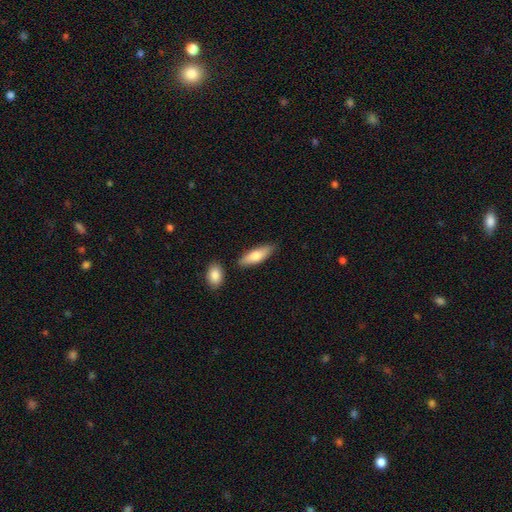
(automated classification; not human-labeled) A smooth galaxy with no disk features (76%) that is in between round and cigar-shaped (61%).

Vote fractions:
- Smooth or featured? smooth: 76% / featured or disk: 18% / star or artifact: 6%
- How rounded? in between: 61% / cigar-shaped: 37% / round: 2%
- Merging? none: 80% / minor disturbance: 12% / merger: 5% / major disturbance: 2%